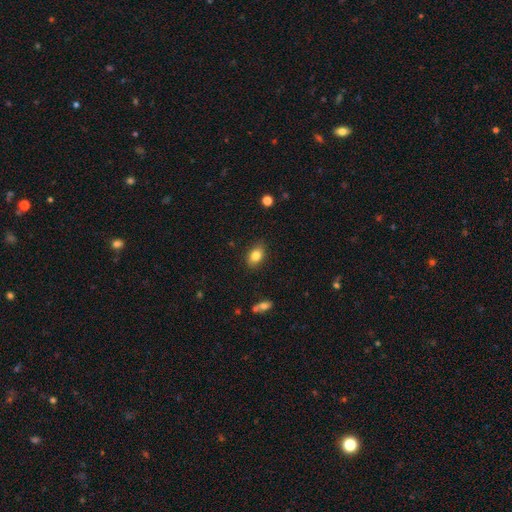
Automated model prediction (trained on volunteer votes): This appears to be a smooth galaxy with no disk features (83%) that is in between round and cigar-shaped (81%). Merging: none (84%).